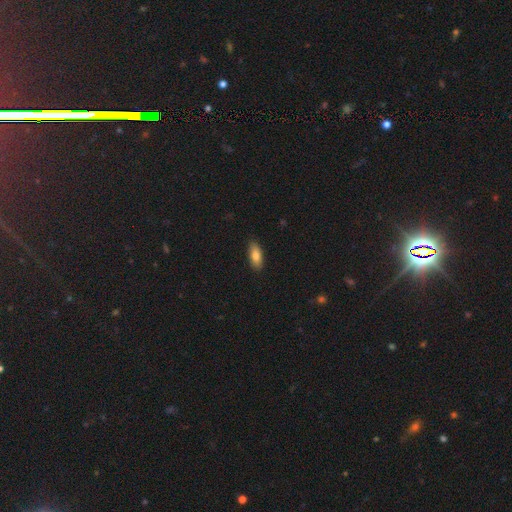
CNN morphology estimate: smooth 82%, featured or disk 11%, star or artifact 6%. Down the decision tree: how rounded — in between (81%); merging — none (87%).